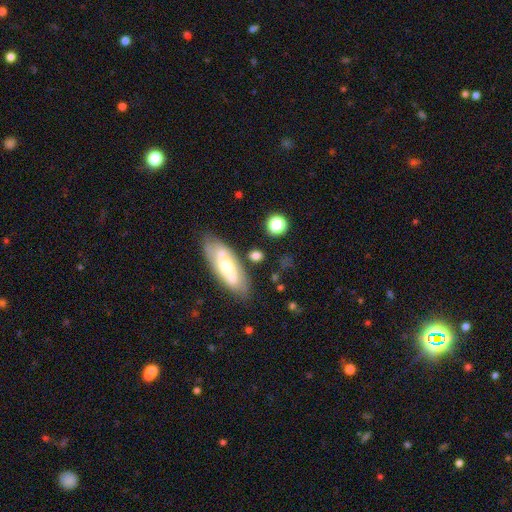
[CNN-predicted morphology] smooth-or-featured: smooth: 52% | featured or disk: 40% | star or artifact: 8%
  how-rounded: in between: 61% | cigar-shaped: 28% | round: 11%
  merging: none: 67% | minor disturbance: 19% | merger: 8% | major disturbance: 7%